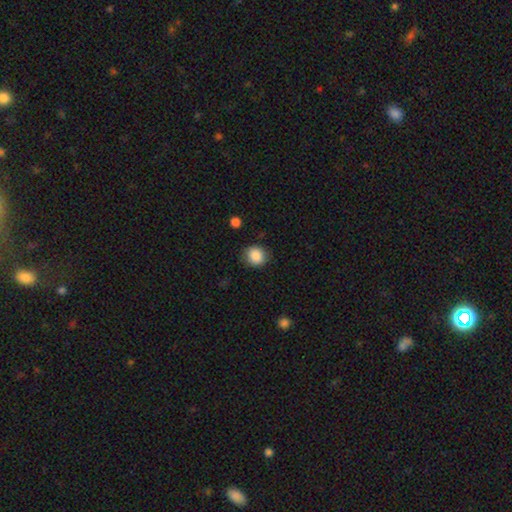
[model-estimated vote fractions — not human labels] Morphology: type=smooth (88%); roundness=round (82%); merging=none (85%).